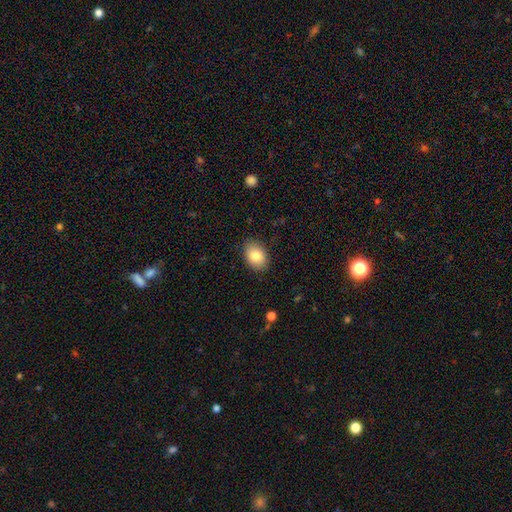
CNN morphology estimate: smooth-or-featured: smooth: 84% | featured or disk: 9% | star or artifact: 7%
  how-rounded: in between: 81% | round: 18% | cigar-shaped: 1%
  merging: none: 85% | minor disturbance: 12% | major disturbance: 3% | merger: 1%